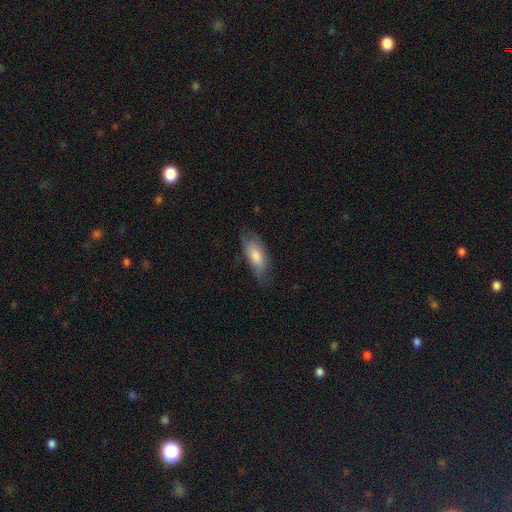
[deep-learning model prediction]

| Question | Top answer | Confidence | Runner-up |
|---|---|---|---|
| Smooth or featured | smooth | 71% | featured or disk (23%) |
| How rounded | in between | 74% | cigar-shaped (24%) |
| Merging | none | 66% | minor disturbance (25%) |